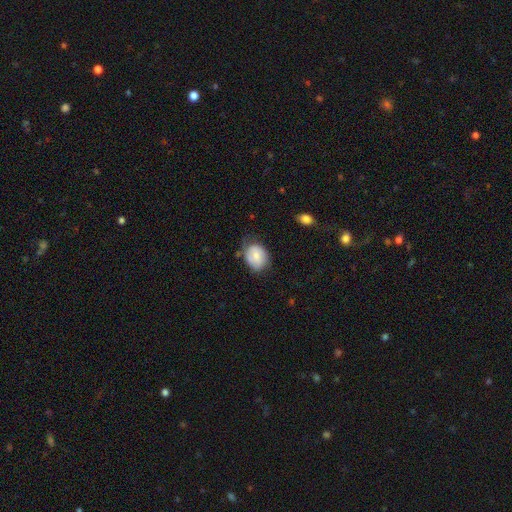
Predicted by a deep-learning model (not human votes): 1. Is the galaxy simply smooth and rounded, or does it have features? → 73% smooth, 20% featured or disk, 7% star or artifact.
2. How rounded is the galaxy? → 53% in between, 46% round, 1% cigar-shaped.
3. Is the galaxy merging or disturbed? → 56% none, 32% minor disturbance, 9% major disturbance, 3% merger.